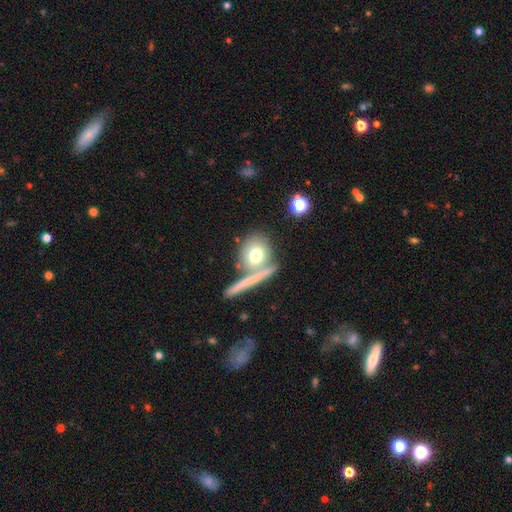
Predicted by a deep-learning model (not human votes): smooth_or_featured: smooth (p=0.70) [alt: featured or disk p=0.23]
how_rounded: round (p=0.68) [alt: in between p=0.25]
merging: none (p=0.58) [alt: merger p=0.24]